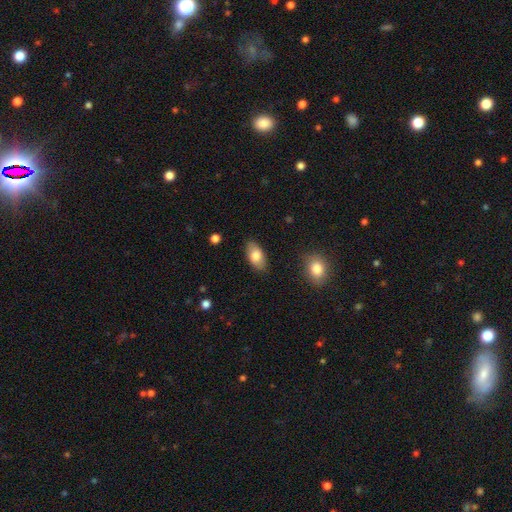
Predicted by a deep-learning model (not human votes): Overall: smooth (80%). How rounded: in between (93%). Merging: none (86%).